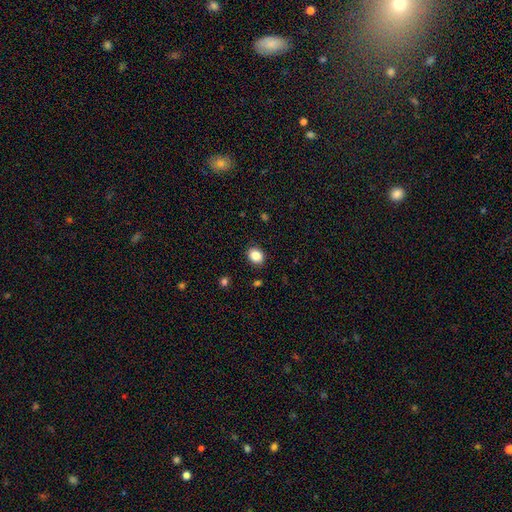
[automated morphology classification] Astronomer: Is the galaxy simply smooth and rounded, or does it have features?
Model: smooth — 86%.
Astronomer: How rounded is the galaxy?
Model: in between — 51% (runner-up: round, 49%).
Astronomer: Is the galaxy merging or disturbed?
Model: none — 89%.